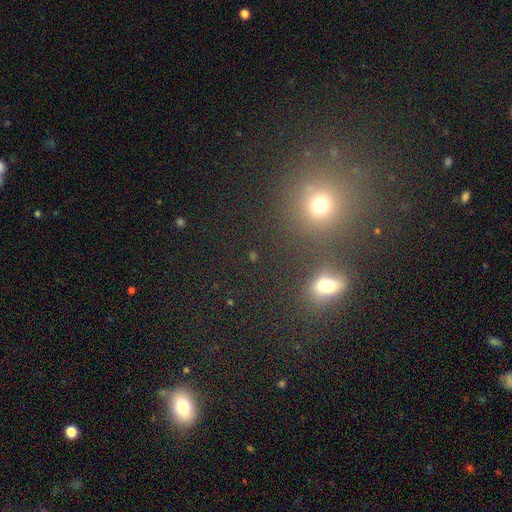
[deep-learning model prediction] Q: Smooth or featured?
A: smooth (50%); runner-up: star or artifact (41%)
Q: Merging?
A: none (67%); runner-up: merger (20%)